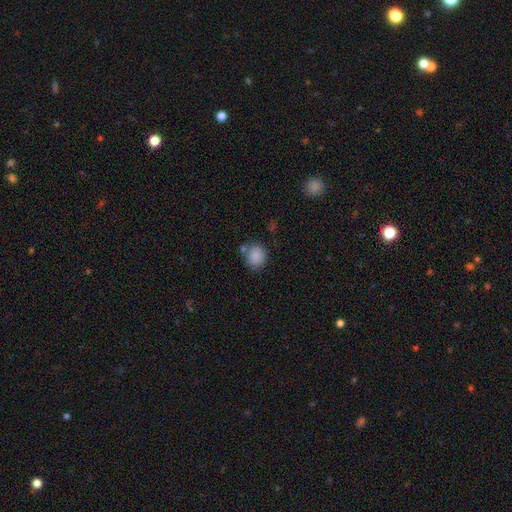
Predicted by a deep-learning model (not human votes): Morphology: type=smooth (86%); roundness=round (69%); merging=none (70%).